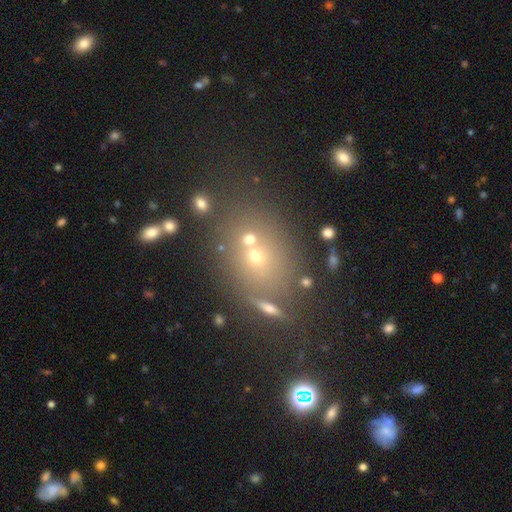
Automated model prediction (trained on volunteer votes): This is possibly a smooth galaxy (54%). How rounded: possibly round (59%). Merging: possibly none (56%).